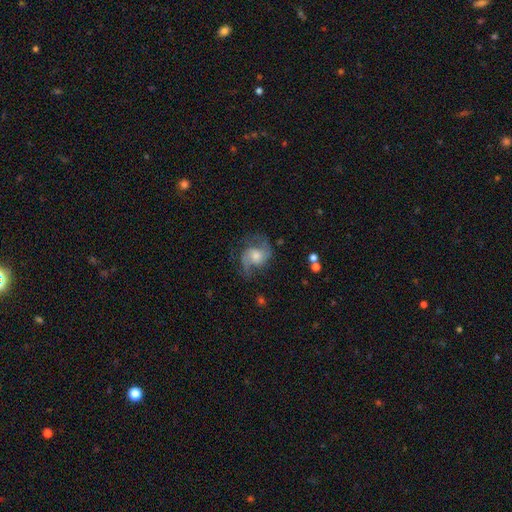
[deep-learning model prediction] Morphology: type=featured or disk (76%); edge-on=no (98%); bar=no (62%); spiral arms=yes (94%); winding=medium (50%); arm count=2 (85%); bulge=moderate (48%); merging=none (68%).